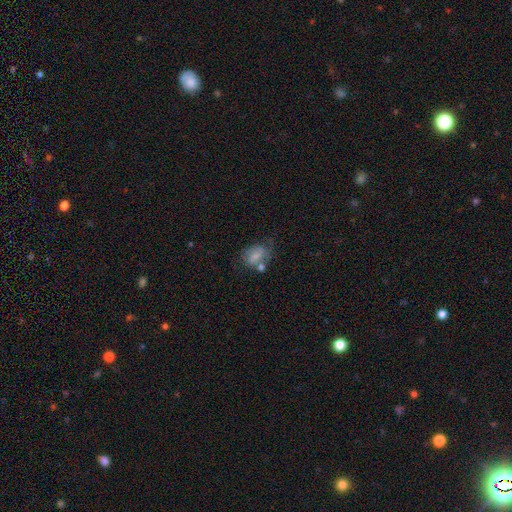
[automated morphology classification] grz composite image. It shows a smooth galaxy with no disk features (66%) that is in between round and cigar-shaped (77%). Merging: none (38%).